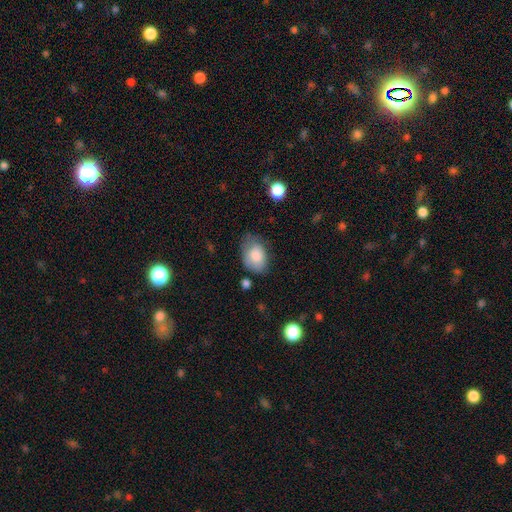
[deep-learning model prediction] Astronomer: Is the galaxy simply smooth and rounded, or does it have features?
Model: smooth — 82%.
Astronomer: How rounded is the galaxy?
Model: in between — 81%.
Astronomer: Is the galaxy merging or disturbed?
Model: none — 50% (runner-up: minor disturbance, 35%).